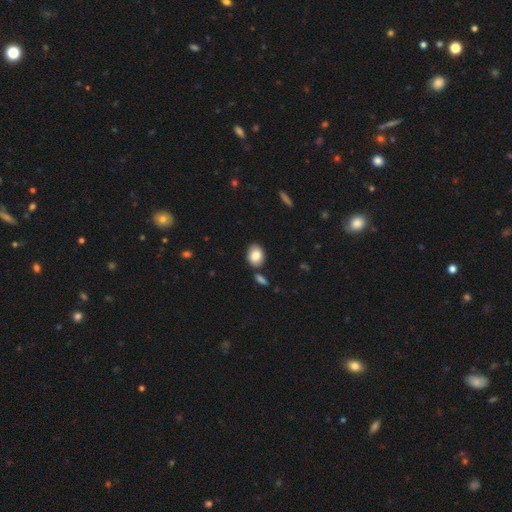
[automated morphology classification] The model was most divided on "how rounded": in between: 68%, round: 31%, cigar-shaped: 1%. More confident: smooth or featured — smooth (85%); merging — none (73%).